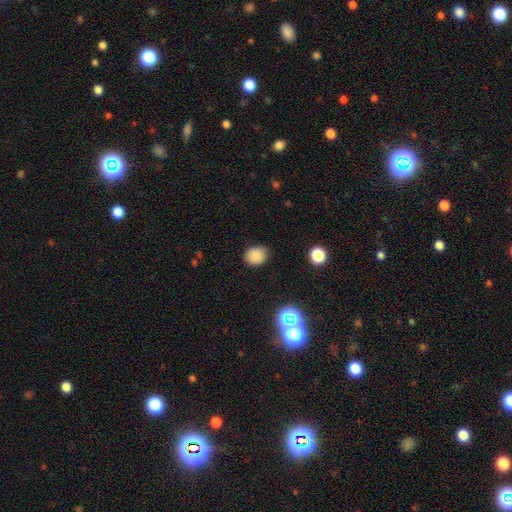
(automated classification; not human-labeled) Morphology: type=smooth (83%); roundness=round (58%); merging=none (86%).